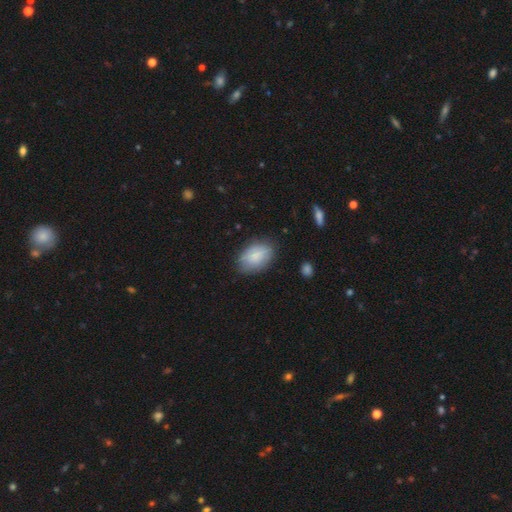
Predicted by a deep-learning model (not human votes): Smooth or featured?
  - smooth: 80% *
  - featured or disk: 14%
  - star or artifact: 6%
How rounded?
  - in between: 90% *
  - round: 9%
  - cigar-shaped: 1%
Merging?
  - none: 76% *
  - minor disturbance: 18%
  - major disturbance: 4%
  - merger: 1%